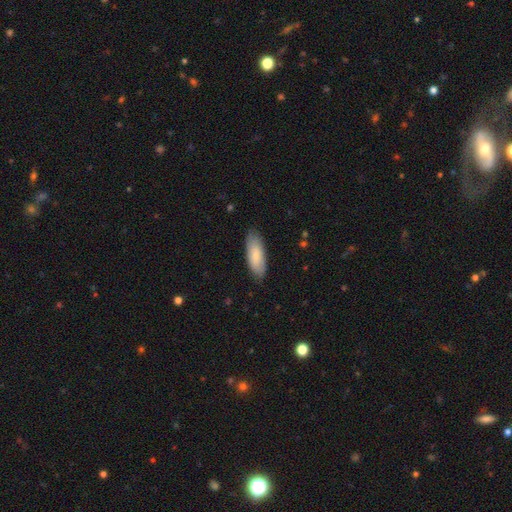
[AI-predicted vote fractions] smooth-or-featured: smooth: 82% | featured or disk: 12% | star or artifact: 5%
  how-rounded: in between: 72% | cigar-shaped: 26% | round: 2%
  merging: none: 84% | minor disturbance: 13% | major disturbance: 2% | merger: 1%